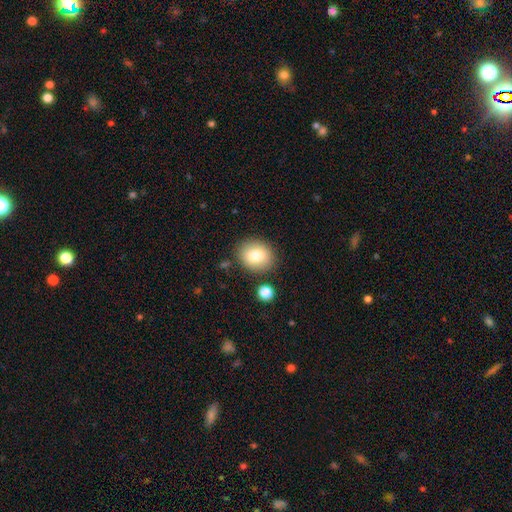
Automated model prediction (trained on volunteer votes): A smooth galaxy with no disk features (80%) that is round (65%).

Vote fractions:
- Smooth or featured? smooth: 80% / featured or disk: 11% / star or artifact: 9%
- How rounded? round: 65% / in between: 35% / cigar-shaped: 1%
- Merging? none: 84% / minor disturbance: 10% / merger: 4% / major disturbance: 3%